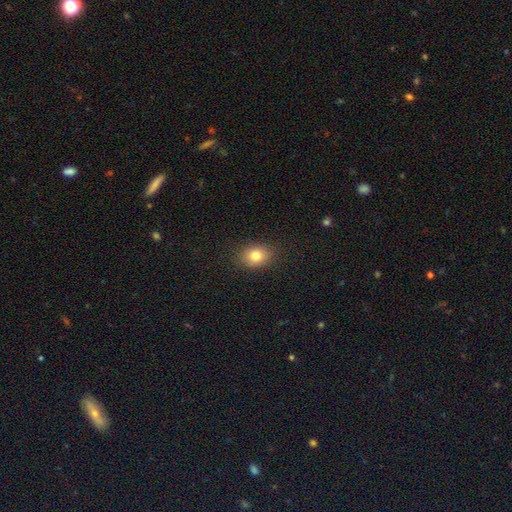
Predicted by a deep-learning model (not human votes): Q: Smooth or featured?
A: smooth (79%); runner-up: star or artifact (11%)
Q: How rounded?
A: in between (58%); runner-up: round (41%)
Q: Merging?
A: none (86%); runner-up: minor disturbance (10%)